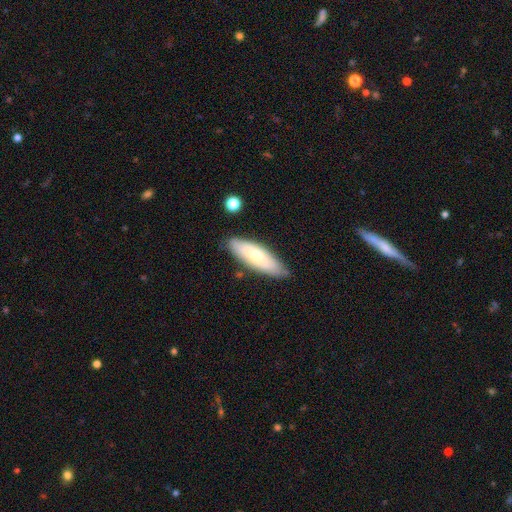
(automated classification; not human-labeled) Smooth or featured? smooth (67%)
How rounded? in between (50%)
Merging? none (79%)